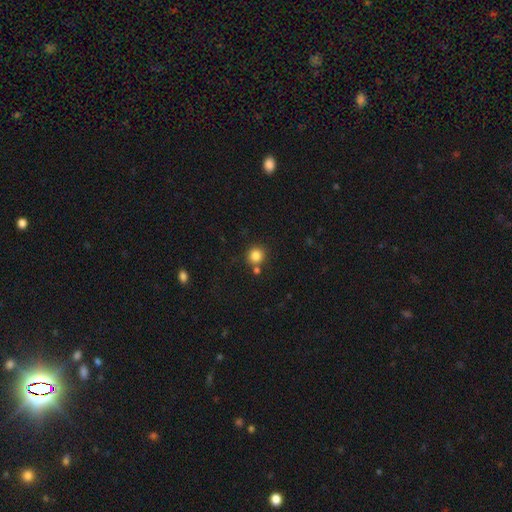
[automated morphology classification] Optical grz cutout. It shows a smooth galaxy with no disk features (84%) that is round (89%). Merging: none (76%).